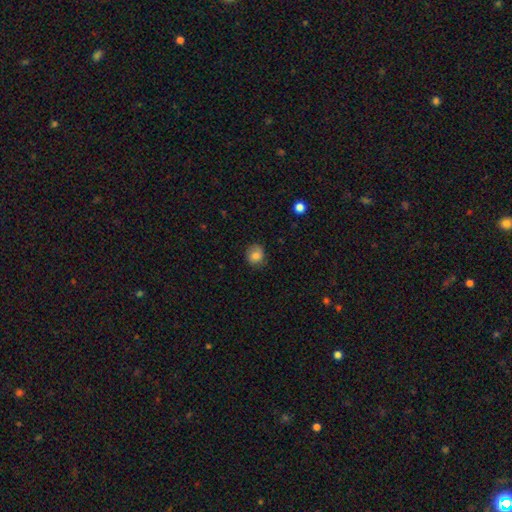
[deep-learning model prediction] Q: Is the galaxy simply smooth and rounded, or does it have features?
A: smooth — 80%.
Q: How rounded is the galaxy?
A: round — 75%.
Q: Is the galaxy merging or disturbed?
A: none — 78%.